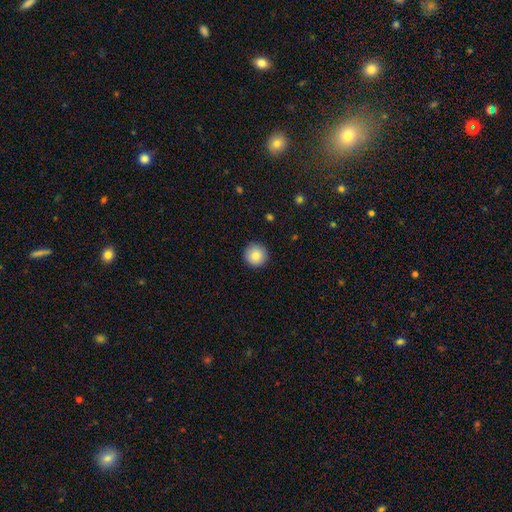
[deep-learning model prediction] smooth-or-featured: smooth: 86% | star or artifact: 8% | featured or disk: 6%
  how-rounded: round: 96% | in between: 3% | cigar-shaped: 1%
  merging: none: 92% | minor disturbance: 5% | major disturbance: 2% | merger: 1%